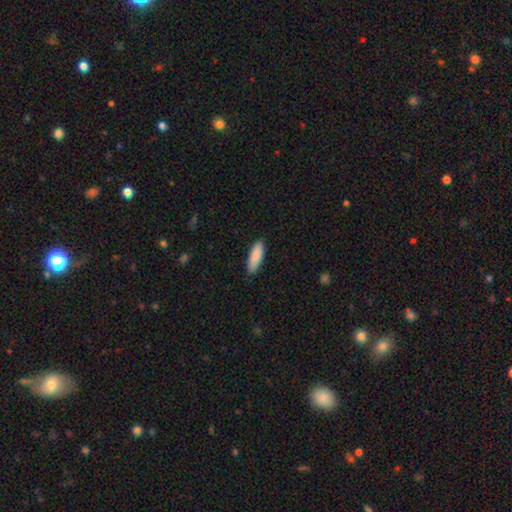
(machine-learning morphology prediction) This is clearly a smooth galaxy (89%). How rounded: likely in between (63%). Merging: clearly none (87%).